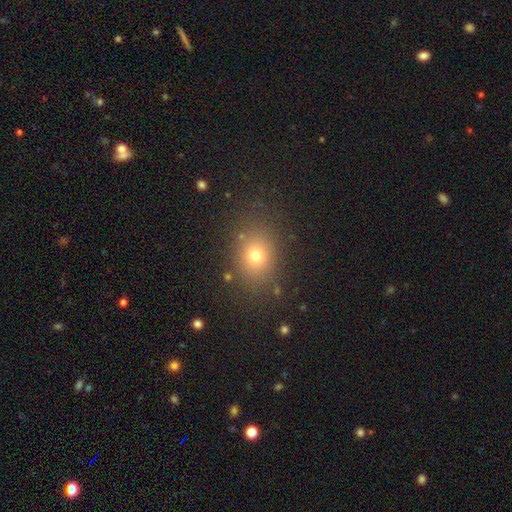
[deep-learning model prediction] A smooth galaxy with no disk features (72%) that is in between round and cigar-shaped (54%). Merging: none (83%).